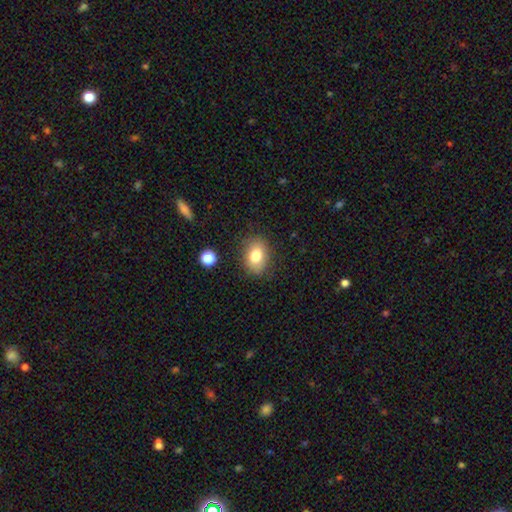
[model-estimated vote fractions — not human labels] The model was most divided on "how rounded": in between: 73%, round: 26%, cigar-shaped: 1%. More confident: merging — none (82%); smooth or featured — smooth (79%).